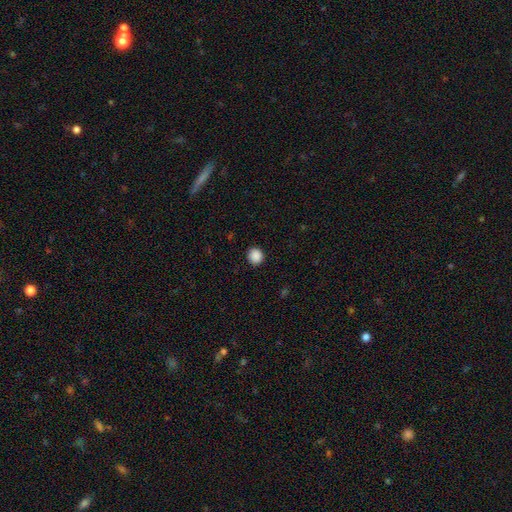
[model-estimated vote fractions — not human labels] Smooth or featured? smooth (89%)
How rounded? round (85%)
Merging? none (89%)